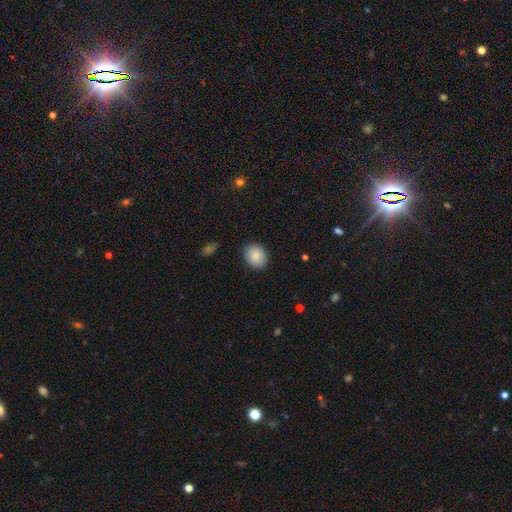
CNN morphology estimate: type=smooth (89%); roundness=round (59%); merging=none (86%).